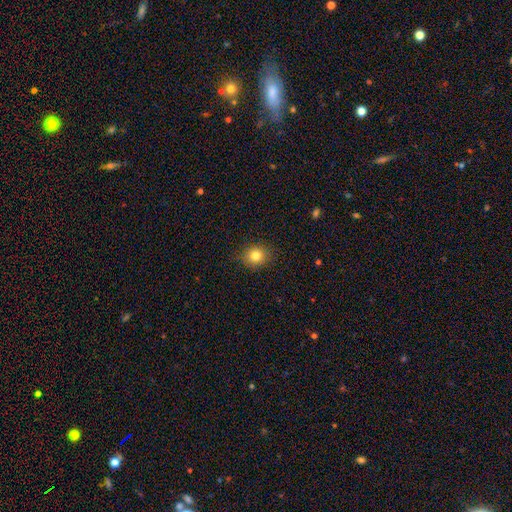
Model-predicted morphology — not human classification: This is clearly a smooth galaxy (81%). How rounded: likely round (73%). Merging: clearly none (88%).